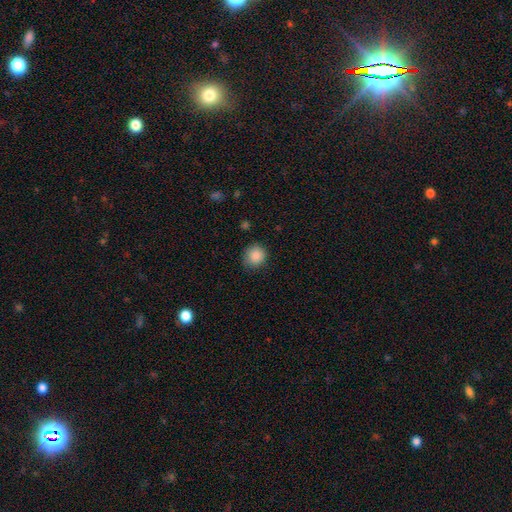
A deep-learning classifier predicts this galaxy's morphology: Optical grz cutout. It shows a smooth galaxy with no disk features (87%) that is round (86%). Merging: none (80%).